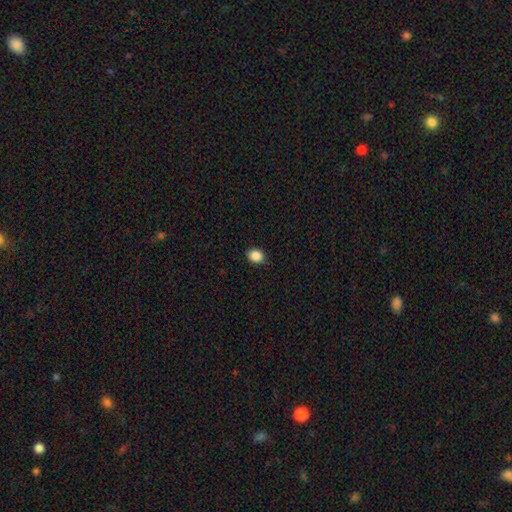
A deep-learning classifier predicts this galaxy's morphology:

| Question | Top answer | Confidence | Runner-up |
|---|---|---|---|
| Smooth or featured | smooth | 88% | star or artifact (9%) |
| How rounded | round | 54% | in between (45%) |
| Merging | none | 89% | minor disturbance (8%) |